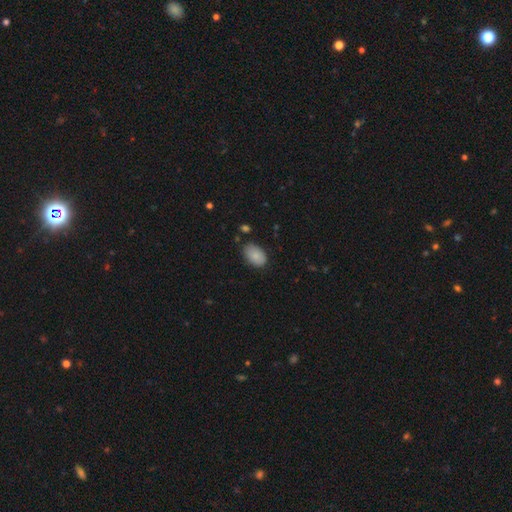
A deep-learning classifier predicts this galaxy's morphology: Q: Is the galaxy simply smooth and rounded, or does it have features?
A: smooth — 86%.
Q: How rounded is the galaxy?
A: in between — 90%.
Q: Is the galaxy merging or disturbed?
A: none — 77%.